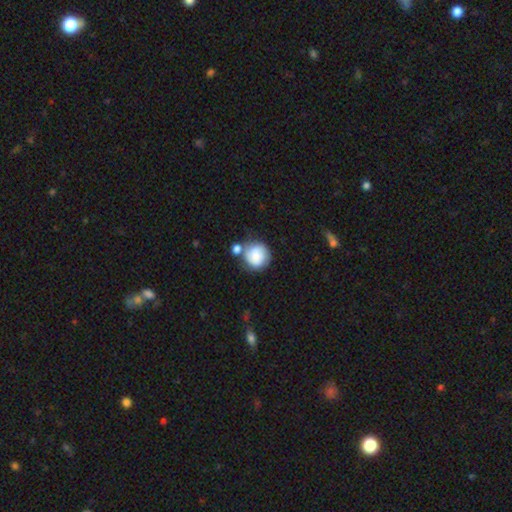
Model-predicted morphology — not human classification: This appears to be a smooth galaxy with no disk features (79%) that is round (90%). Merging: none (52%).